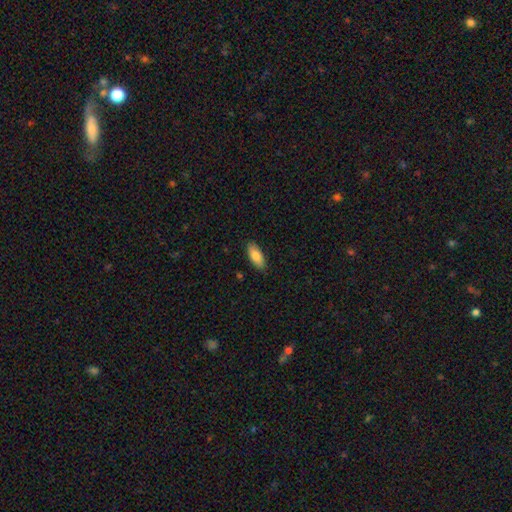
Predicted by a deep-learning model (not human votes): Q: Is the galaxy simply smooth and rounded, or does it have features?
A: smooth — 85%.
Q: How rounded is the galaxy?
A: in between — 83%.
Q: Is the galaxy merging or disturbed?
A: none — 88%.